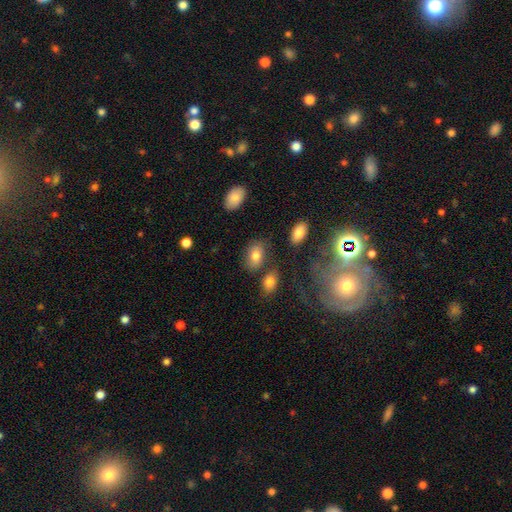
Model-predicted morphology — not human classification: type=smooth (79%); roundness=in between (87%); merging=none (75%).